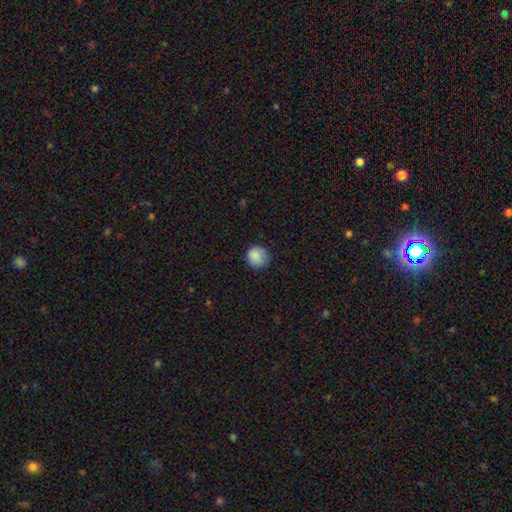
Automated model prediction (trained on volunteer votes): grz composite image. It shows a smooth galaxy with no disk features (86%) that is round (91%). Merging: none (81%).